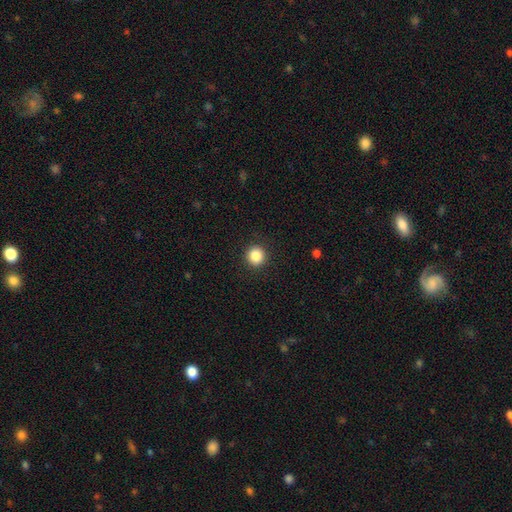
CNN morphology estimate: smooth 86%, star or artifact 10%, featured or disk 4%. Down the decision tree: how rounded — round (94%); merging — none (92%).